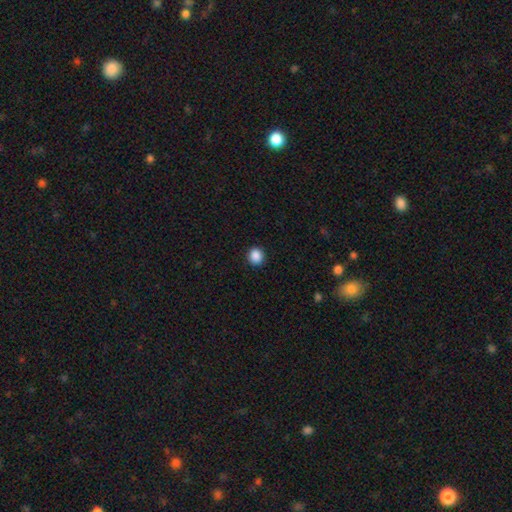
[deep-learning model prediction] smooth-or-featured: smooth: 88% | star or artifact: 9% | featured or disk: 2%
  how-rounded: round: 85% | in between: 14% | cigar-shaped: 1%
  merging: none: 92% | minor disturbance: 5% | major disturbance: 2% | merger: 1%